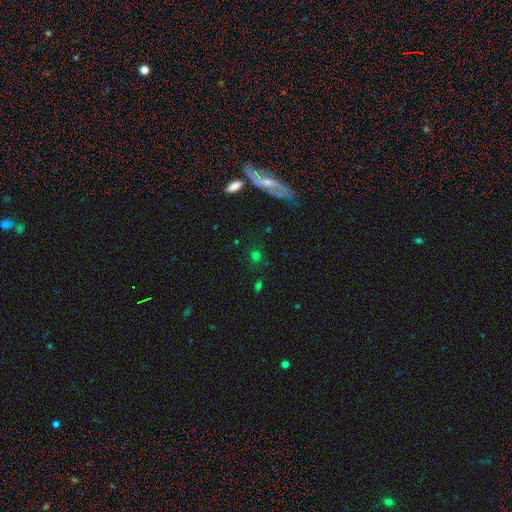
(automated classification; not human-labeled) The model was most divided on "smooth or featured": smooth: 63%, star or artifact: 28%, featured or disk: 9%. More confident: how rounded — round (83%); merging — none (80%).